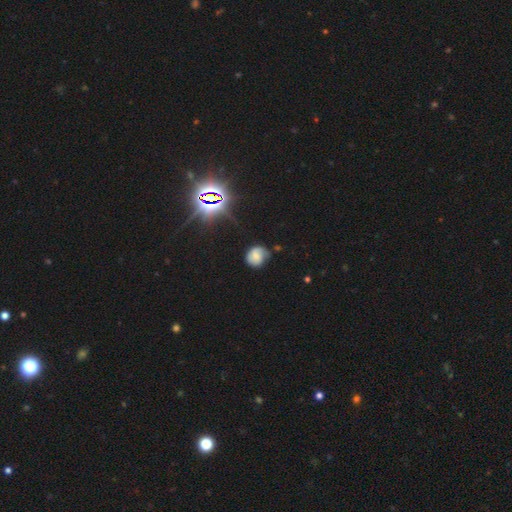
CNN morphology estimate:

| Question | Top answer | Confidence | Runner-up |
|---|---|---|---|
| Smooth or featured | smooth | 49% | featured or disk (38%) |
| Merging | none | 61% | minor disturbance (28%) |